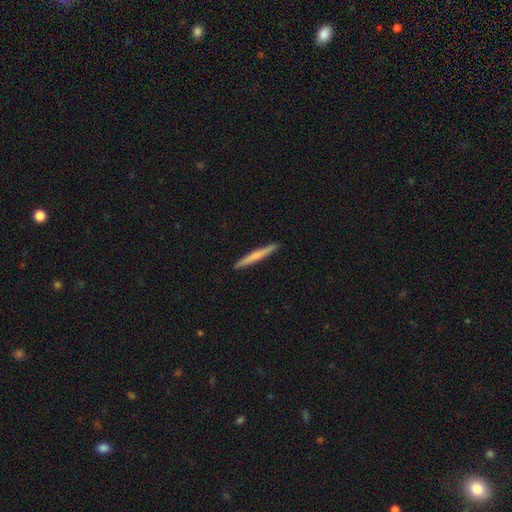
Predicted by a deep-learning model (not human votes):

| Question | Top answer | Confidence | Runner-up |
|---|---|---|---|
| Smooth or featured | smooth | 63% | featured or disk (32%) |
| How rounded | cigar-shaped | 97% | in between (2%) |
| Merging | none | 93% | minor disturbance (5%) |